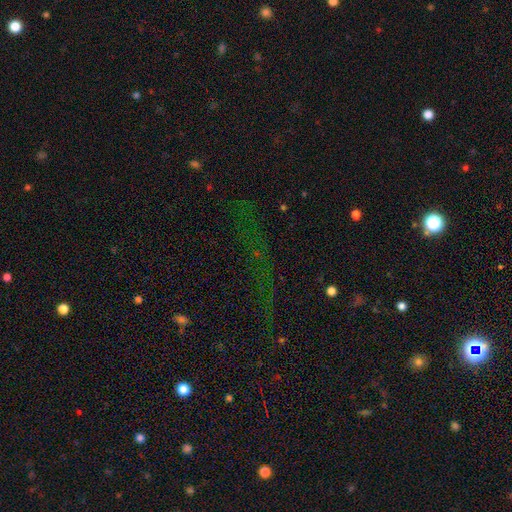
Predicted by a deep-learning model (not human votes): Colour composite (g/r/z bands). It shows a star or artifact, not a galaxy (71%).